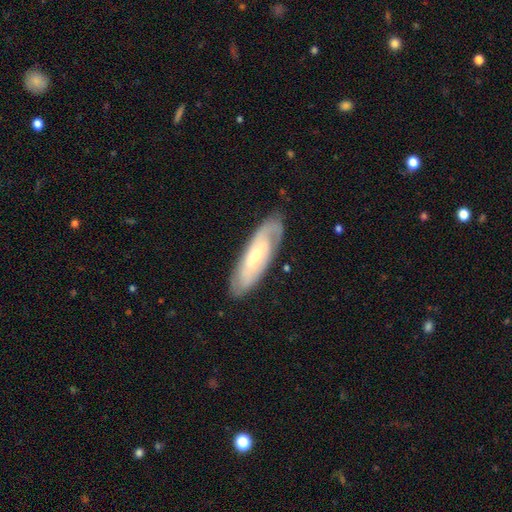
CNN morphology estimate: Smooth or featured? Predicted: featured or disk (p=0.67). Edge-on disk? Predicted: no (p=0.79). Bar? Predicted: no (p=0.53). Spiral arms? Predicted: yes (p=0.78). Bulge size? Predicted: small (p=0.62). Merging? Predicted: none (p=0.80).